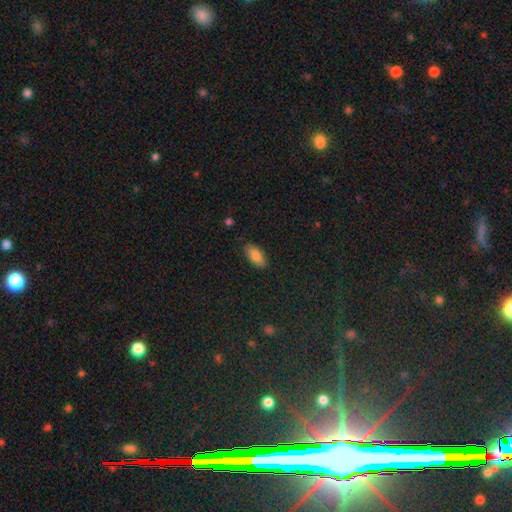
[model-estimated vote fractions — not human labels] Smooth or featured? Predicted: smooth (p=0.82). How rounded? Predicted: in between (p=0.89). Merging? Predicted: none (p=0.86).